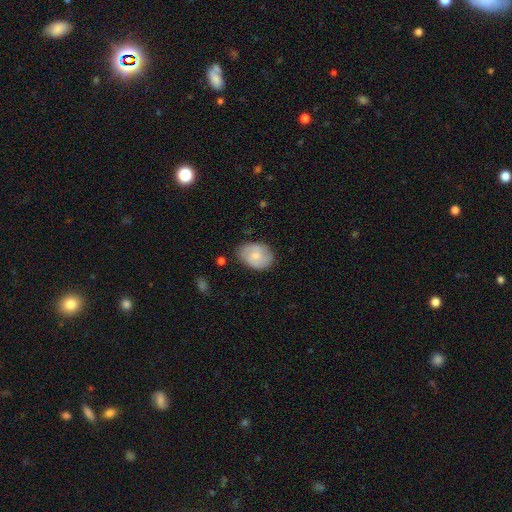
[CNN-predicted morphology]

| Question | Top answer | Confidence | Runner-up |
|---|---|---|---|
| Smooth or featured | featured or disk | 56% | smooth (37%) |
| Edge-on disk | no | 97% | yes (3%) |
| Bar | no | 60% | weak (36%) |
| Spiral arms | yes | 89% | no (11%) |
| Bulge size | small | 57% | moderate (35%) |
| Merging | none | 78% | minor disturbance (17%) |